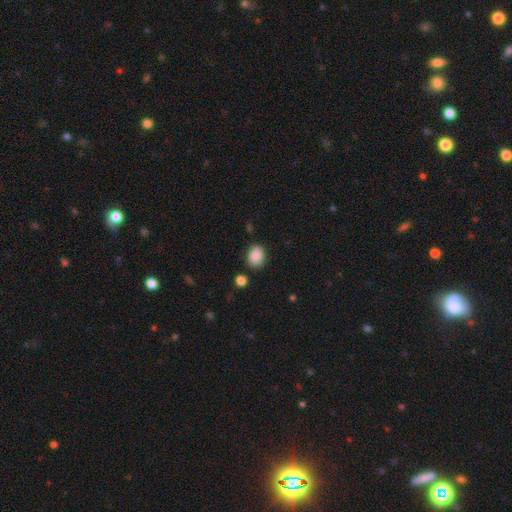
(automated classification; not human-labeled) Smooth or featured? smooth (87%)
How rounded? in between (61%)
Merging? none (81%)